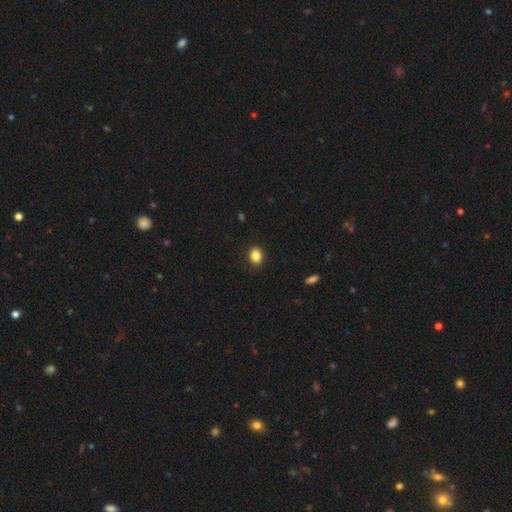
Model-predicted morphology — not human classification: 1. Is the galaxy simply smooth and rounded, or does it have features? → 86% smooth, 10% star or artifact, 4% featured or disk.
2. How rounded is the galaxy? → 51% in between, 48% round, 1% cigar-shaped.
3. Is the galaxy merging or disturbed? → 89% none, 8% minor disturbance, 2% major disturbance, 1% merger.